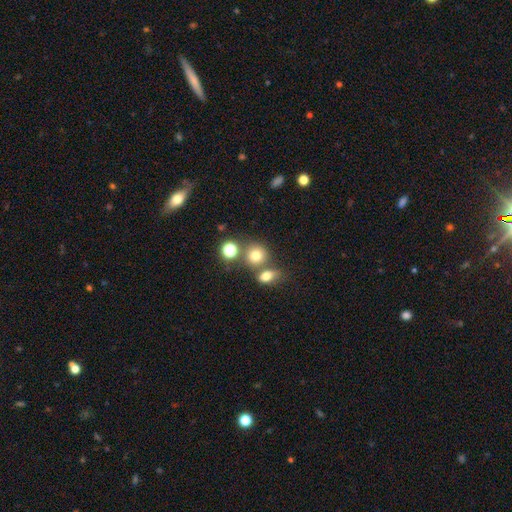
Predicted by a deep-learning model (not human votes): Overall: smooth (75%). How rounded: round (79%). Merging: none (59%; merger 28%).